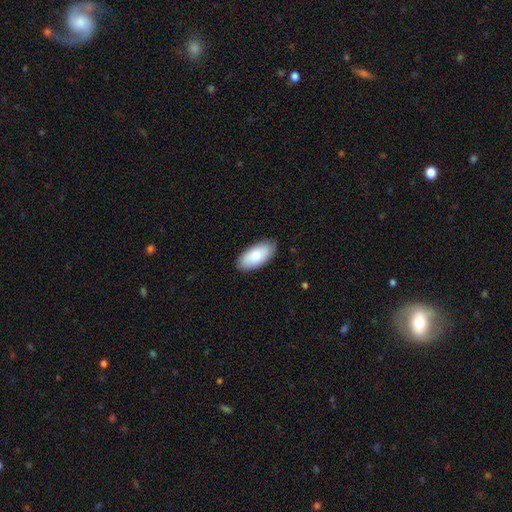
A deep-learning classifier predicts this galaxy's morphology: Smooth or featured?
  - smooth: 82% *
  - featured or disk: 13%
  - star or artifact: 6%
How rounded?
  - in between: 94% *
  - cigar-shaped: 4%
  - round: 2%
Merging?
  - none: 86% *
  - minor disturbance: 11%
  - major disturbance: 2%
  - merger: 1%